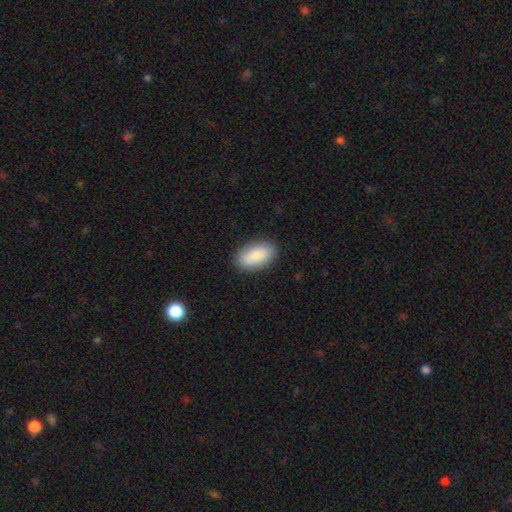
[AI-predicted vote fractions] The model was most divided on "merging": none: 88%, minor disturbance: 9%, major disturbance: 2%, merger: 1%. More confident: how rounded — in between (93%); smooth or featured — smooth (88%).